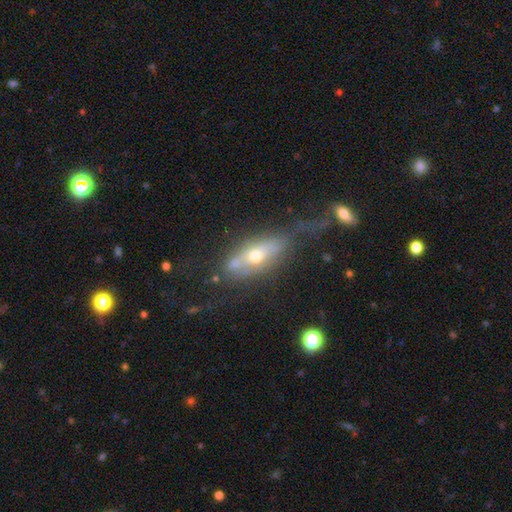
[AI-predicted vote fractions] The model was most divided on "edge-on disk": no: 54%, yes: 46%. Remaining: smooth or featured — featured or disk (57%); merging — none (39%).